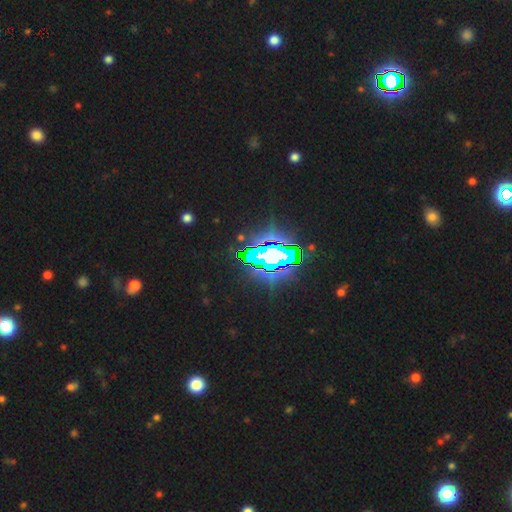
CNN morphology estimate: This is likely a star or artifact rather than a galaxy (74%).